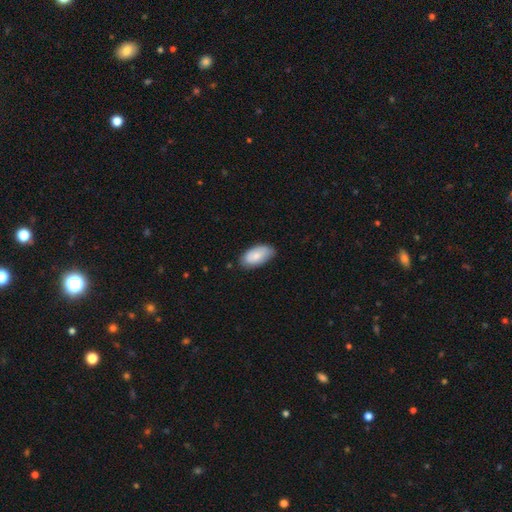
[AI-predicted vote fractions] smooth-or-featured: smooth: 78% | featured or disk: 16% | star or artifact: 6%
  how-rounded: in between: 95% | round: 3% | cigar-shaped: 3%
  merging: none: 78% | minor disturbance: 18% | major disturbance: 3% | merger: 1%